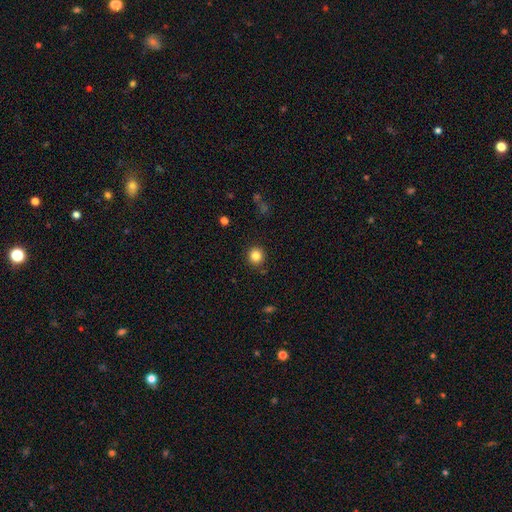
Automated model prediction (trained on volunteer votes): Smooth or featured: smooth — 84% (star or artifact — 11%)
How rounded: round — 93% (in between — 7%)
Merging: none — 88% (minor disturbance — 8%)